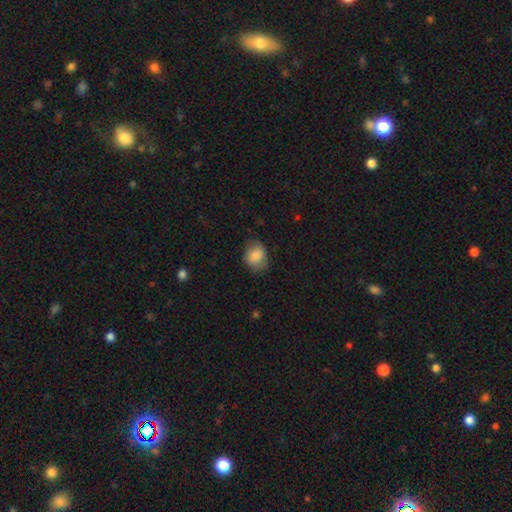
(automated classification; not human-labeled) Q: Smooth or featured?
A: smooth (80%); runner-up: featured or disk (12%)
Q: How rounded?
A: in between (50%); runner-up: round (49%)
Q: Merging?
A: none (68%); runner-up: minor disturbance (24%)